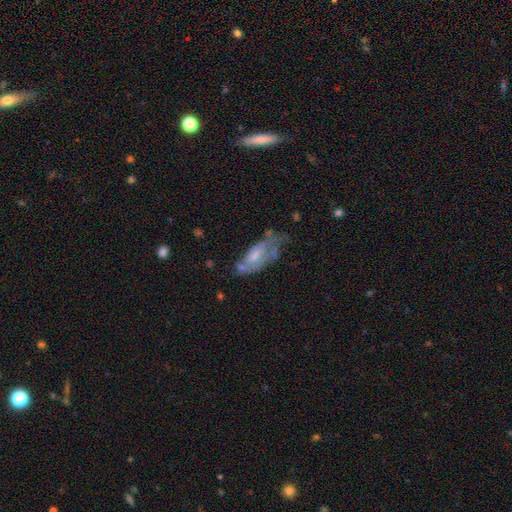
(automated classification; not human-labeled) This appears to be a featured or disk galaxy (58%) with no bar (58%), spiral arms (62%) and a small central bulge (44%). Merging: none (33%).